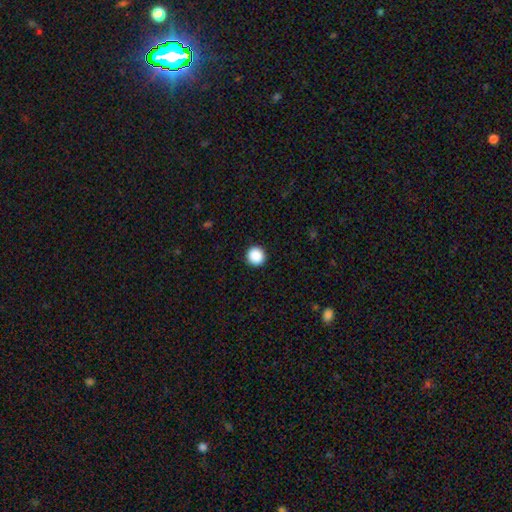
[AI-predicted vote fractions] Smooth or featured: smooth — 89% (star or artifact — 9%)
How rounded: round — 96% (in between — 3%)
Merging: none — 93% (minor disturbance — 4%)